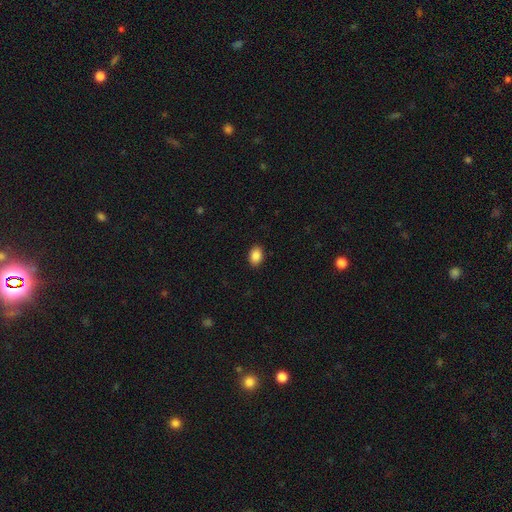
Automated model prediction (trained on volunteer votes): This is clearly a smooth galaxy (88%). How rounded: likely in between (78%). Merging: clearly none (90%).